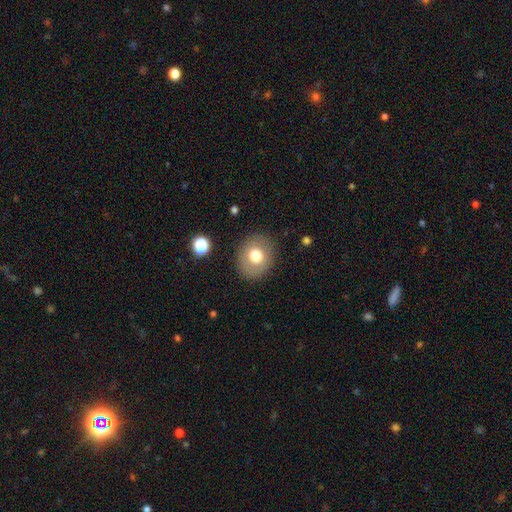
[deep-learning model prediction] smooth-or-featured: smooth: 72% | featured or disk: 18% | star or artifact: 9%
  how-rounded: round: 72% | in between: 28% | cigar-shaped: 1%
  merging: none: 87% | minor disturbance: 8% | major disturbance: 3% | merger: 1%